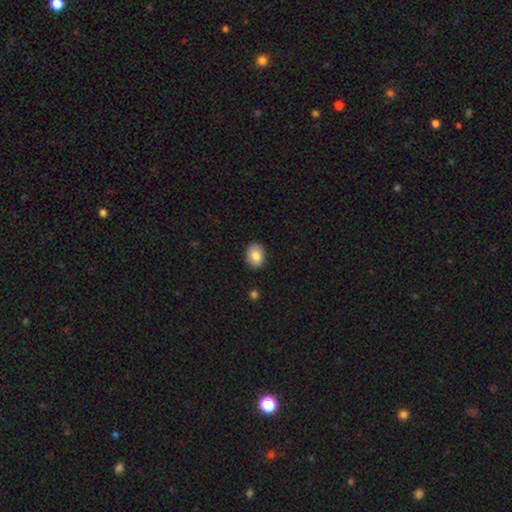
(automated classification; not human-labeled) Overall: smooth (84%). How rounded: in between (65%; round 34%). Merging: none (89%).